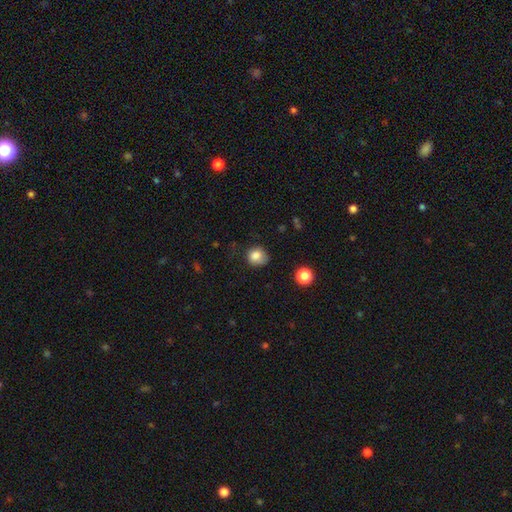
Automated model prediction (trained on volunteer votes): The model was most divided on "merging": none: 62%, minor disturbance: 28%, major disturbance: 9%, merger: 2%. More confident: smooth or featured — smooth (83%); how rounded — round (79%).